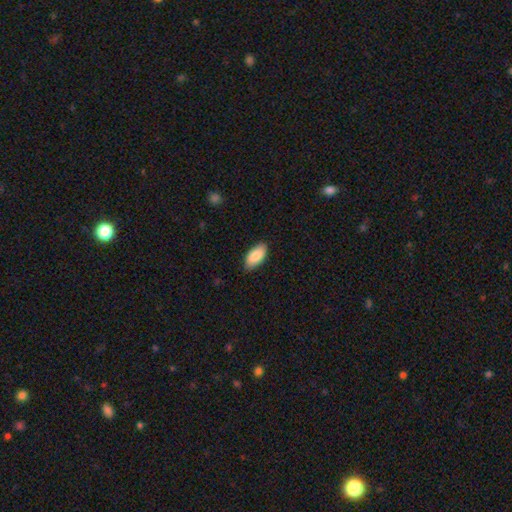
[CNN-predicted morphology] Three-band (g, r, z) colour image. It shows a smooth galaxy with no disk features (87%) that is in between round and cigar-shaped (94%). Merging: none (85%).